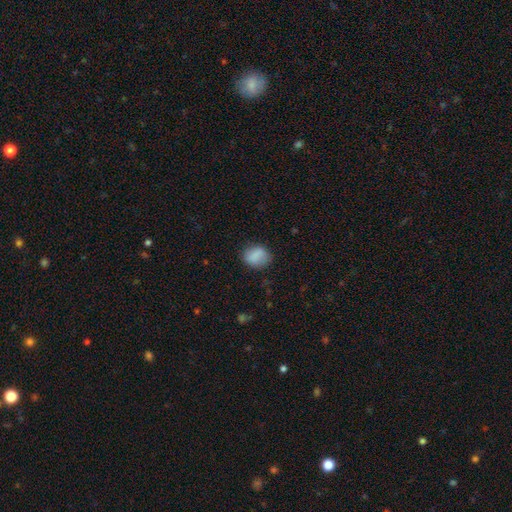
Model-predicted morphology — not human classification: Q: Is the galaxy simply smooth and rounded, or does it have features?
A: smooth — 82%.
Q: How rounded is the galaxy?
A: round — 55%.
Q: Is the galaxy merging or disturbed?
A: none — 78%.